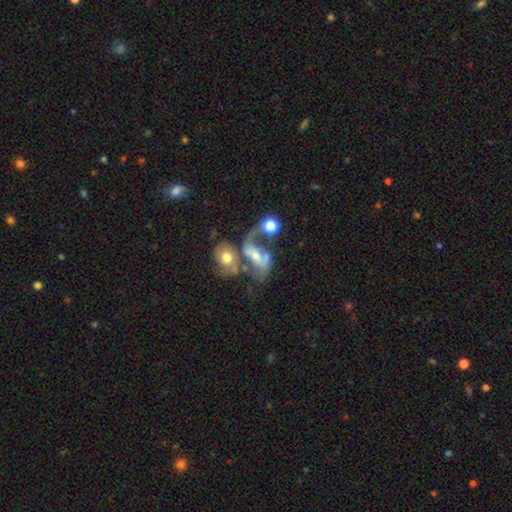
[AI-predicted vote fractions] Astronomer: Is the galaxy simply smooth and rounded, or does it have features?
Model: featured or disk — 68%.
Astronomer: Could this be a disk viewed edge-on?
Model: no — 95%.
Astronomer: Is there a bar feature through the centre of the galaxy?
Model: no — 44% (runner-up: weak, 34%).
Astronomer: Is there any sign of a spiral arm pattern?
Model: yes — 79%.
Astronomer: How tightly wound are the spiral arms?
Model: loose — 60%.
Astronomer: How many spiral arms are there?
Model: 2 — 70%.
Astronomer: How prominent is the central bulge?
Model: moderate — 53% (runner-up: small, 33%).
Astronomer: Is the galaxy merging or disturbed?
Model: merger — 49%.